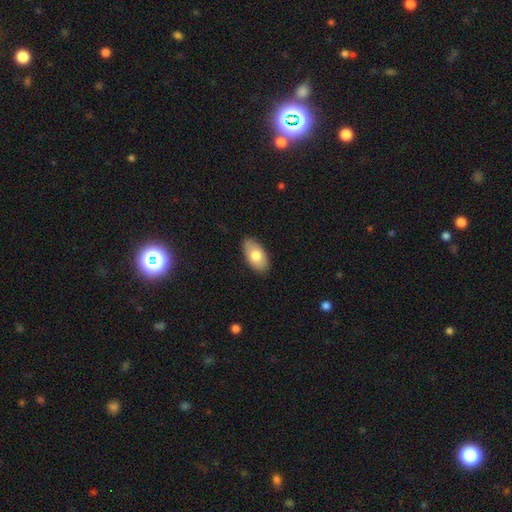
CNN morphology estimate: A smooth galaxy with no disk features (75%) that is in between round and cigar-shaped (94%). Merging: none (84%).